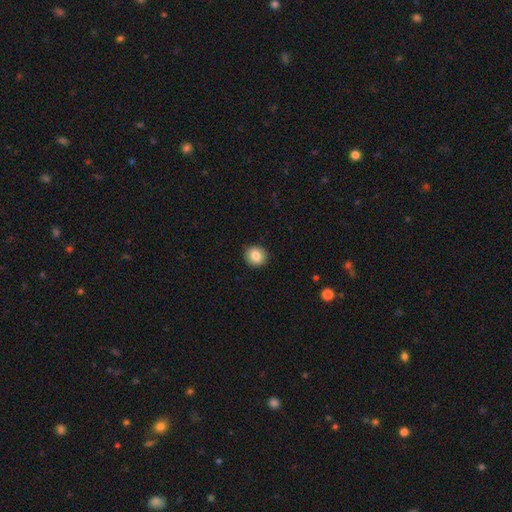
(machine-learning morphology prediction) This appears to be a smooth galaxy with no disk features (84%) that is round (86%). Merging: none (91%).